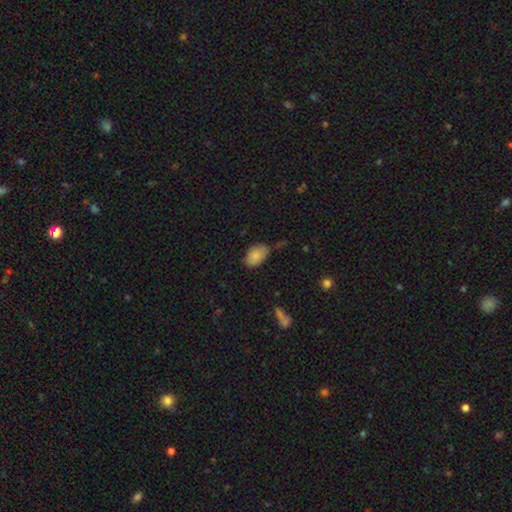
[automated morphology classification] A smooth galaxy with no disk features (84%) that is in between round and cigar-shaped (89%).

Vote fractions:
- Smooth or featured? smooth: 84% / star or artifact: 8% / featured or disk: 8%
- How rounded? in between: 89% / round: 9% / cigar-shaped: 1%
- Merging? none: 56% / minor disturbance: 34% / major disturbance: 6% / merger: 4%